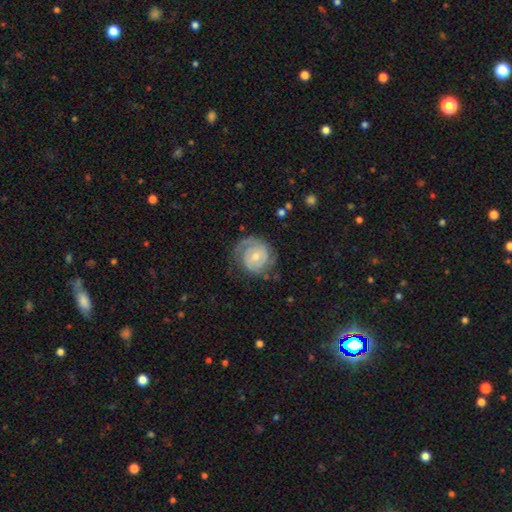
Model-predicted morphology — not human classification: Q: Smooth or featured?
A: featured or disk (82%); runner-up: smooth (12%)
Q: Edge-on disk?
A: no (98%); runner-up: yes (2%)
Q: Bar?
A: no (68%); runner-up: weak (26%)
Q: Spiral arms?
A: yes (94%); runner-up: no (6%)
Q: Spiral winding?
A: tight (69%); runner-up: medium (23%)
Q: Spiral arm count?
A: 2 (51%); runner-up: 1 (21%)
Q: Bulge size?
A: small (51%); runner-up: moderate (45%)
Q: Merging?
A: none (70%); runner-up: minor disturbance (18%)